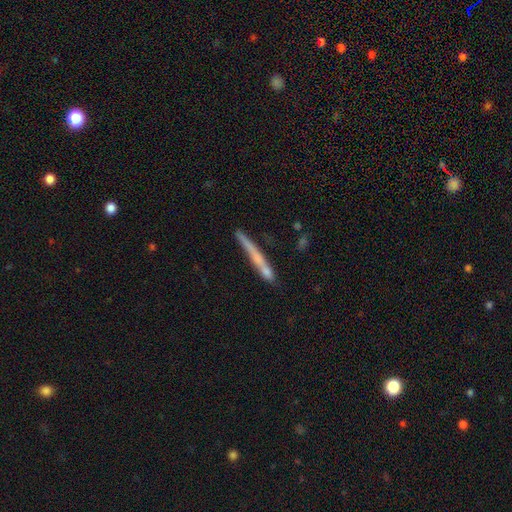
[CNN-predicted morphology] Smooth or featured?
  - smooth: 50% *
  - featured or disk: 43%
  - star or artifact: 7%
How rounded?
  - cigar-shaped: 96% *
  - in between: 2%
  - round: 2%
Merging?
  - none: 70% *
  - minor disturbance: 16%
  - merger: 10%
  - major disturbance: 5%